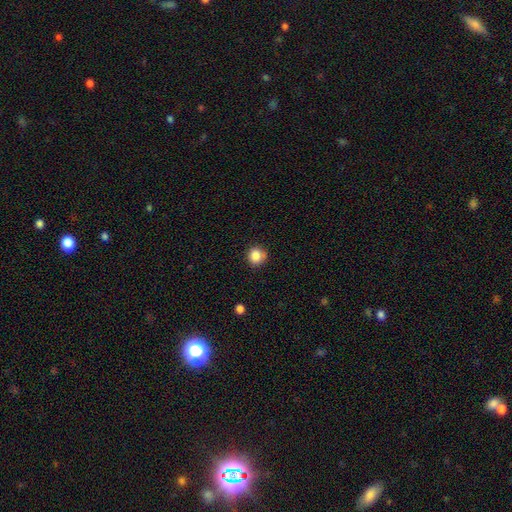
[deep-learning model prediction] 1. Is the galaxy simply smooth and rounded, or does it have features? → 85% smooth, 10% star or artifact, 5% featured or disk.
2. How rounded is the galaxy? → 89% round, 10% in between, 1% cigar-shaped.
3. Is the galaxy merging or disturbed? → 79% none, 16% minor disturbance, 3% major disturbance, 3% merger.